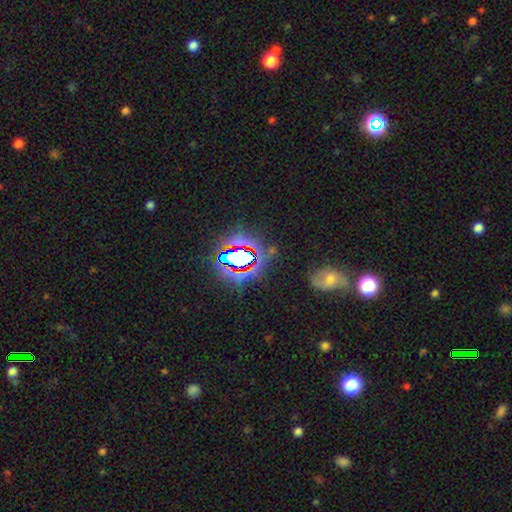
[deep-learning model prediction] Smooth or featured? Predicted: star or artifact (p=0.76).